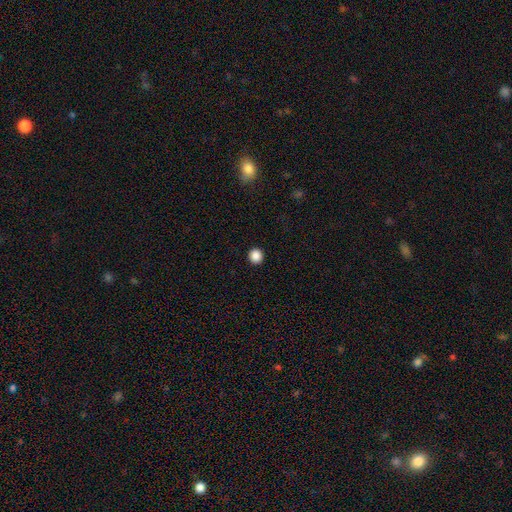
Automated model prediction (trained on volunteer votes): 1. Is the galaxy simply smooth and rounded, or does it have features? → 88% smooth, 10% star or artifact, 2% featured or disk.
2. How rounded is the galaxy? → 94% round, 5% in between, 1% cigar-shaped.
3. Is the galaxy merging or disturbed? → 94% none, 4% minor disturbance, 1% major disturbance, 1% merger.